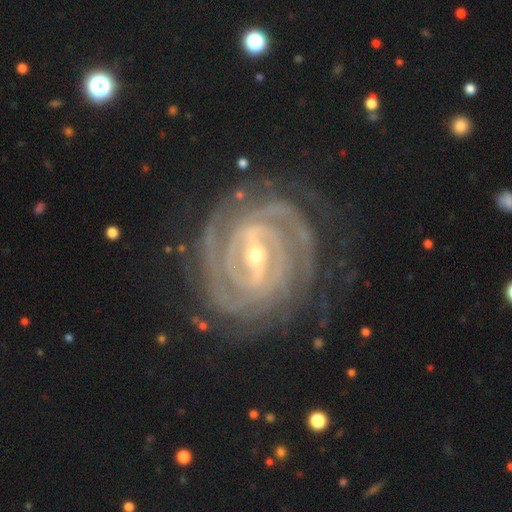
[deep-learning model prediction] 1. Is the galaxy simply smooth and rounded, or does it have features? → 93% featured or disk, 4% star or artifact, 3% smooth.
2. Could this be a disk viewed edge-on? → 97% no, 3% yes.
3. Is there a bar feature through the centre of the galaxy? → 63% strong, 28% weak, 9% no.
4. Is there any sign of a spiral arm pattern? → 98% yes, 2% no.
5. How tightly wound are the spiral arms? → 79% tight, 18% medium, 3% loose.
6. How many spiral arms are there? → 27% 2, 22% 3, 20% 4, 16% can't tell, 9% more than 4, 7% 1.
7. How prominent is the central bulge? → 64% small, 33% moderate, 2% large, 1% none, 1% dominant.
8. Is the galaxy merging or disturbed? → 77% none, 14% minor disturbance, 7% major disturbance, 1% merger.